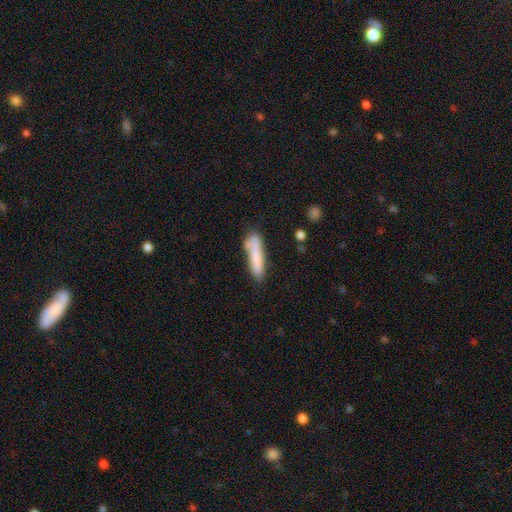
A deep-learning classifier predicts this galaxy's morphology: Smooth or featured? smooth (79%)
How rounded? cigar-shaped (82%)
Merging? none (64%)